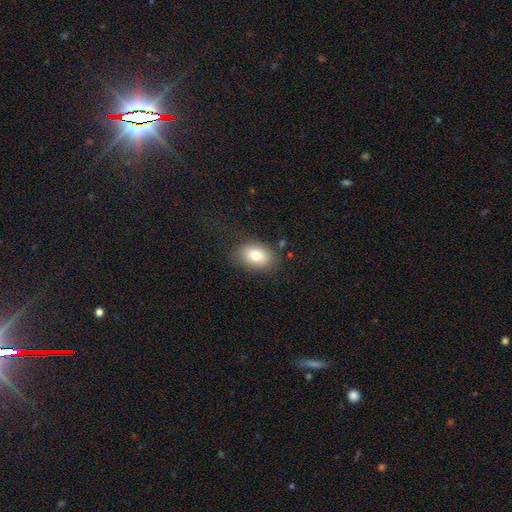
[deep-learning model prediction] The model was most divided on "how rounded": in between: 80%, round: 19%, cigar-shaped: 1%. More confident: merging — none (80%); smooth or featured — smooth (78%).